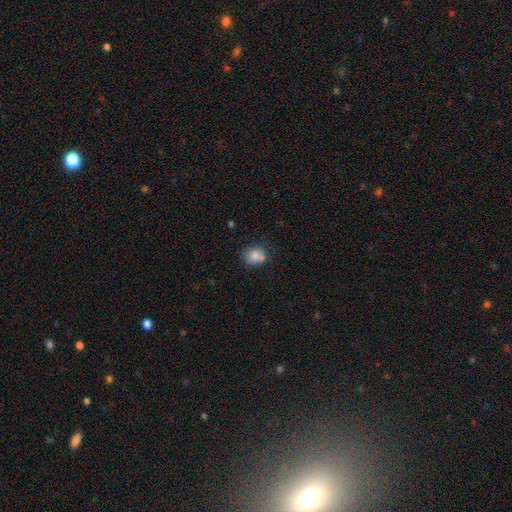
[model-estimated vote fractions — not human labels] Q: Smooth or featured?
A: smooth (81%); runner-up: featured or disk (10%)
Q: How rounded?
A: round (67%); runner-up: in between (32%)
Q: Merging?
A: none (63%); runner-up: minor disturbance (20%)